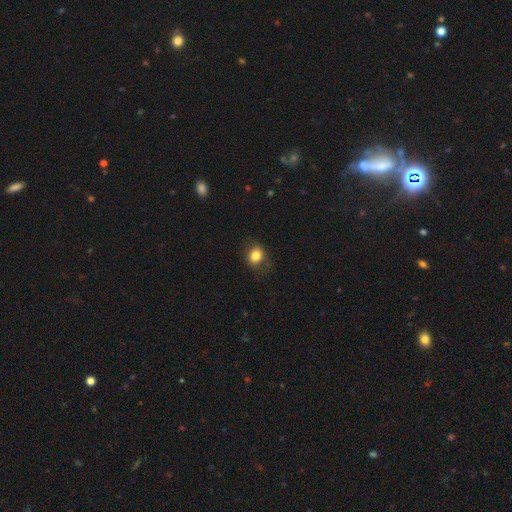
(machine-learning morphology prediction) Overall: smooth (81%). How rounded: round (55%; in between 44%). Merging: none (72%).